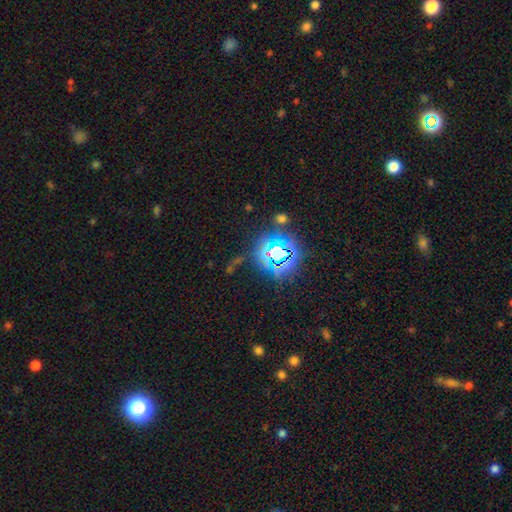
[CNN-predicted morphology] This is clearly a star or artifact rather than a galaxy (81%).